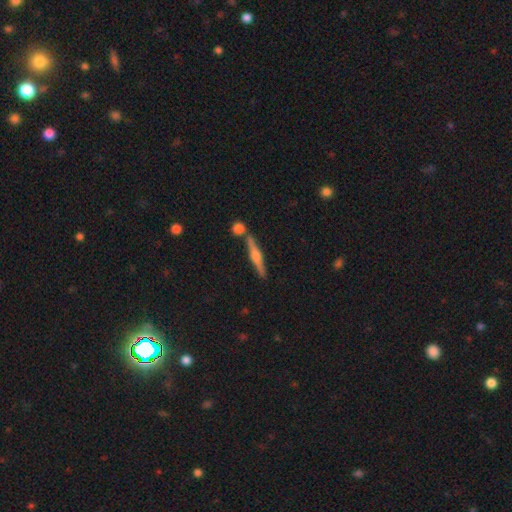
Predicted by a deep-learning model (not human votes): Smooth or featured? featured or disk (72%)
Edge-on disk? yes (98%)
Edge-on bulge? rounded (86%)
Merging? none (82%)